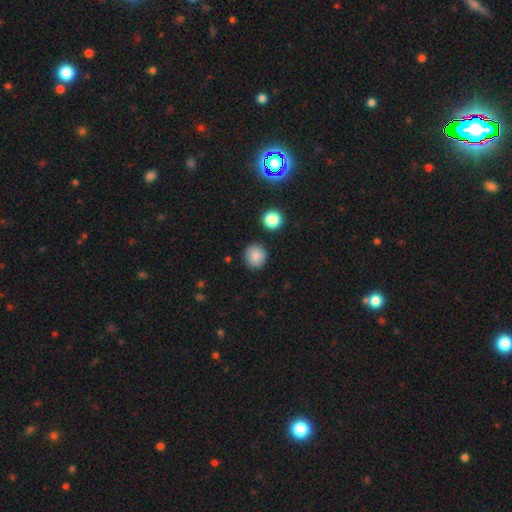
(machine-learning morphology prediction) Overall: smooth (85%). How rounded: round (91%). Merging: none (87%).